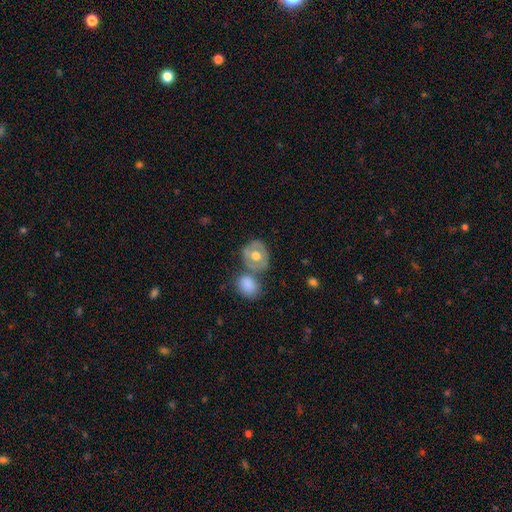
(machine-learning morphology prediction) smooth_or_featured: smooth (p=0.48) [alt: featured or disk p=0.30]
merging: none (p=0.44) [alt: merger p=0.41]